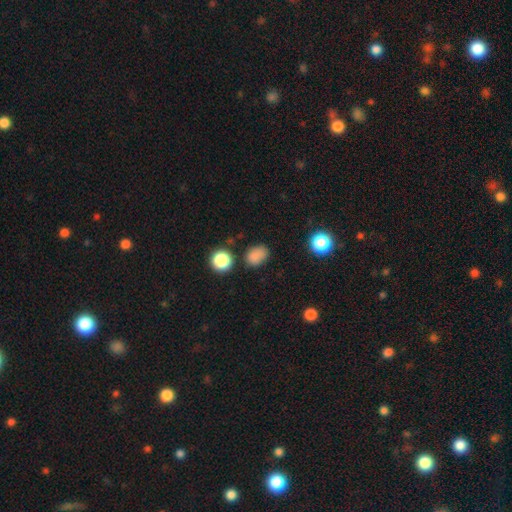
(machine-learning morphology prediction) The model was most divided on "how rounded": in between: 65%, round: 33%, cigar-shaped: 1%. More confident: smooth or featured — smooth (82%); merging — none (74%).